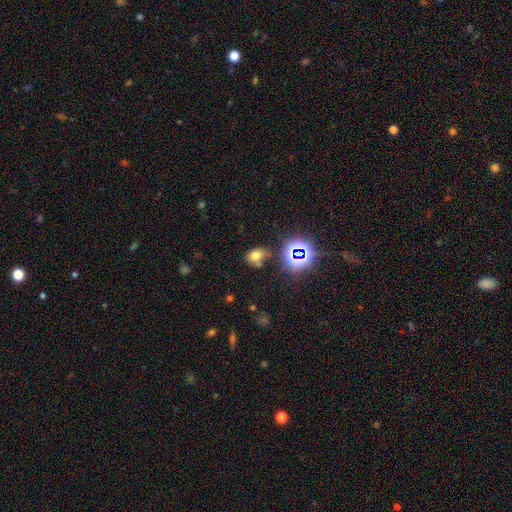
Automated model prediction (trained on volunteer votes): This is likely a smooth galaxy (63%). How rounded: possibly in between (58%). Merging: likely none (62%).